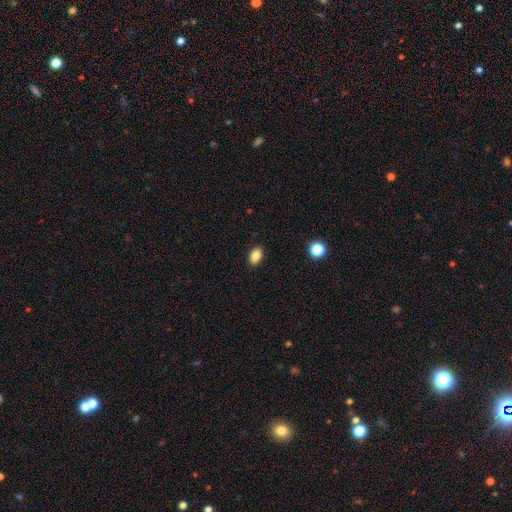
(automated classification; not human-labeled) smooth_or_featured: smooth (p=0.85) [alt: star or artifact p=0.09]
how_rounded: in between (p=0.87) [alt: round p=0.11]
merging: none (p=0.89) [alt: minor disturbance p=0.08]